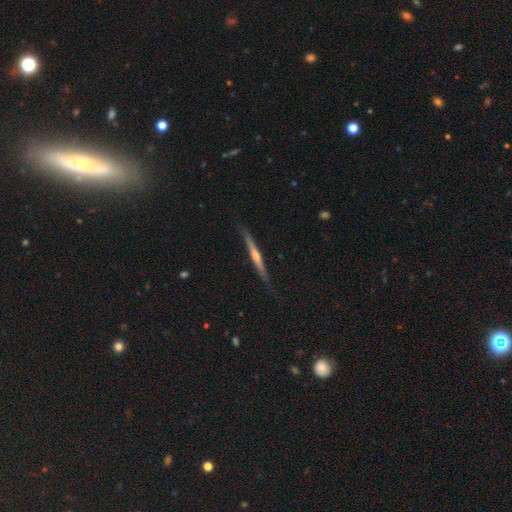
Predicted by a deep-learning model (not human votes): This is likely a featured or disk galaxy (73%). It is clearly viewed edge-on (98%). Edge-on bulge: likely rounded (76%). Merging: clearly none (84%).